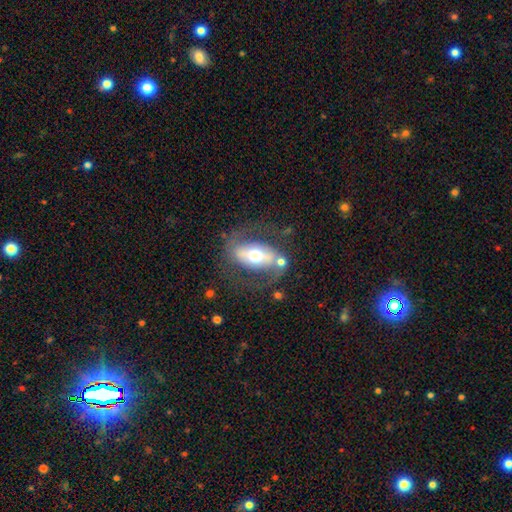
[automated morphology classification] featured or disk 67%, smooth 27%, star or artifact 6%. Down the decision tree: edge-on disk — no (90%); bar — strong (45%); spiral arms — yes (63%); bulge size — moderate (69%); merging — none (62%).